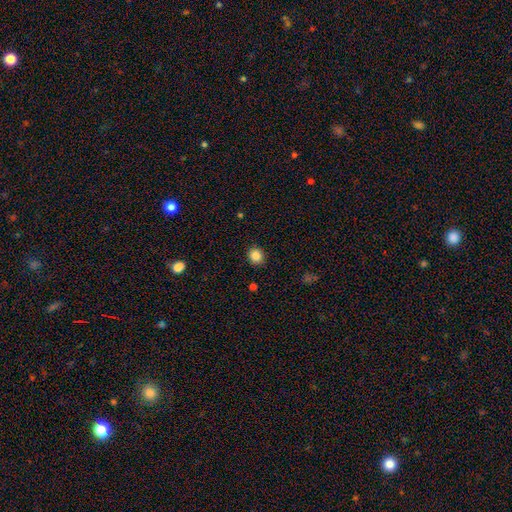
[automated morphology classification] Smooth or featured: smooth — 85% (star or artifact — 11%)
How rounded: round — 84% (in between — 15%)
Merging: none — 90% (minor disturbance — 7%)